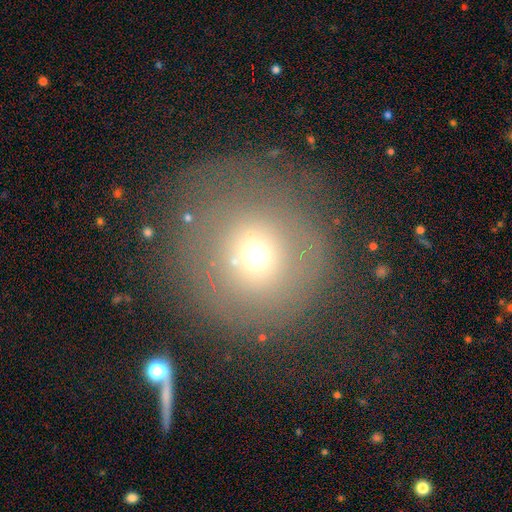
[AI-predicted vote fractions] The model was most divided on "smooth or featured": smooth: 60%, featured or disk: 22%, star or artifact: 17%. More confident: how rounded — round (94%); merging — none (64%).